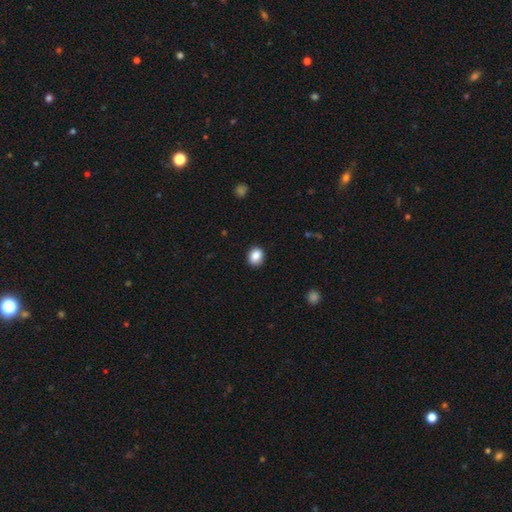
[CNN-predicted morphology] Smooth or featured? Predicted: smooth (p=0.87). How rounded? Predicted: round (p=0.57). Merging? Predicted: none (p=0.89).